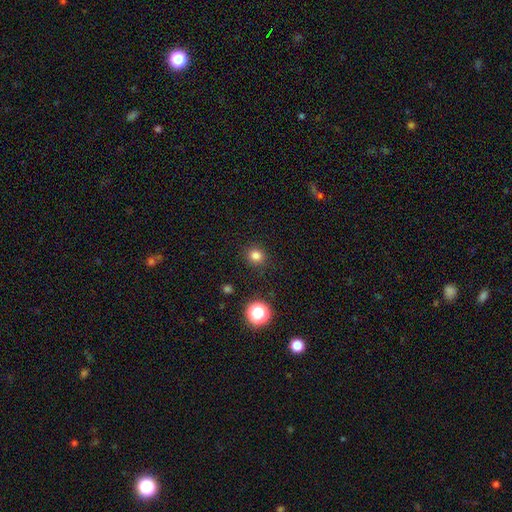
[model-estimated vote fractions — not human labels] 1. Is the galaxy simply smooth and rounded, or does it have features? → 80% smooth, 15% star or artifact, 5% featured or disk.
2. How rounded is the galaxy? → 89% round, 10% in between, 1% cigar-shaped.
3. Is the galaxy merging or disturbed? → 90% none, 6% minor disturbance, 2% major disturbance, 1% merger.